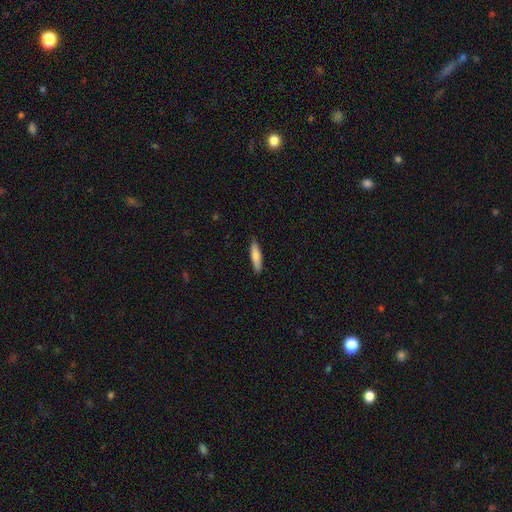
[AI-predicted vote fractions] This is likely a smooth galaxy (77%). How rounded: likely cigar-shaped (77%). Merging: clearly none (89%).